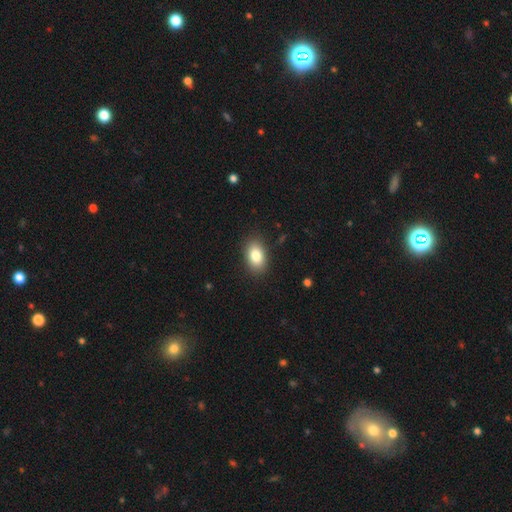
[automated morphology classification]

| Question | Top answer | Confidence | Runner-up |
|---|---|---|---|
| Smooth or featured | smooth | 83% | featured or disk (9%) |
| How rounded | in between | 89% | round (9%) |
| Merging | none | 88% | minor disturbance (9%) |